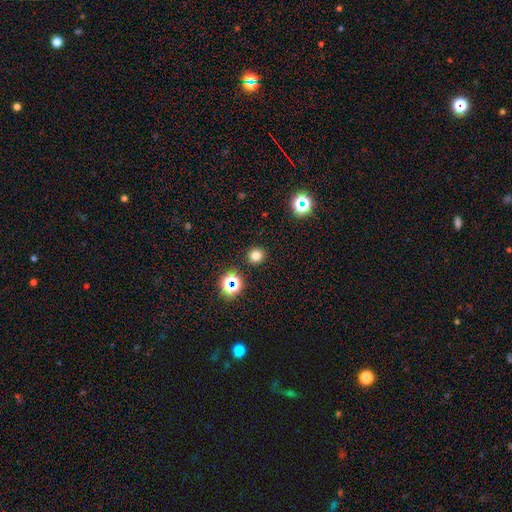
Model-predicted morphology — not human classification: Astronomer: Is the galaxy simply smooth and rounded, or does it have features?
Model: smooth — 76%.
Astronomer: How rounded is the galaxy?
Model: round — 91%.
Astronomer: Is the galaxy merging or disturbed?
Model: none — 91%.